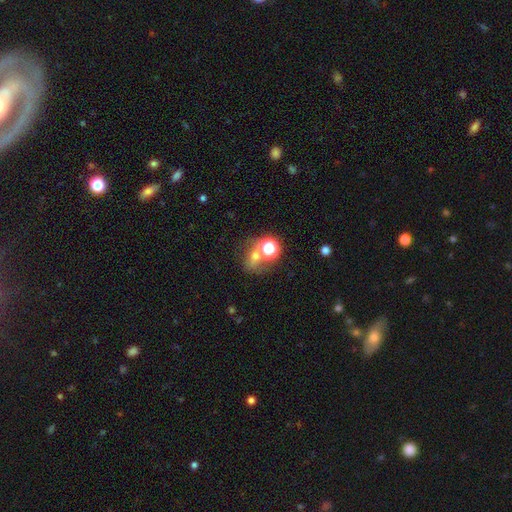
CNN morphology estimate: This is possibly a smooth galaxy (55%). How rounded: likely round (67%). Merging: marginally none (44%).